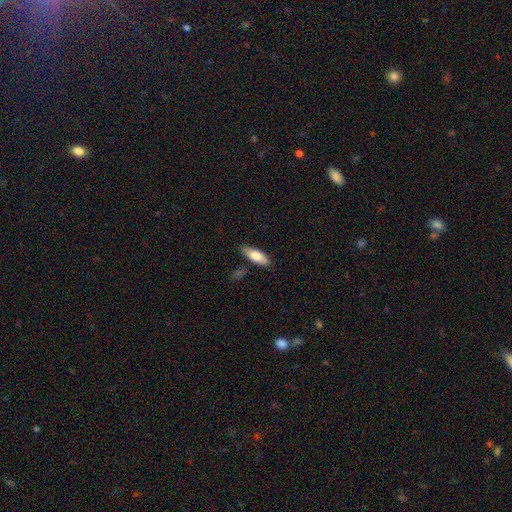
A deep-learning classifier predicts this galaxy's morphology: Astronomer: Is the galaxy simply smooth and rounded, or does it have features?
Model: smooth — 73%.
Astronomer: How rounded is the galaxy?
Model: in between — 69%.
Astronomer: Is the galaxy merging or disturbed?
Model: none — 82%.